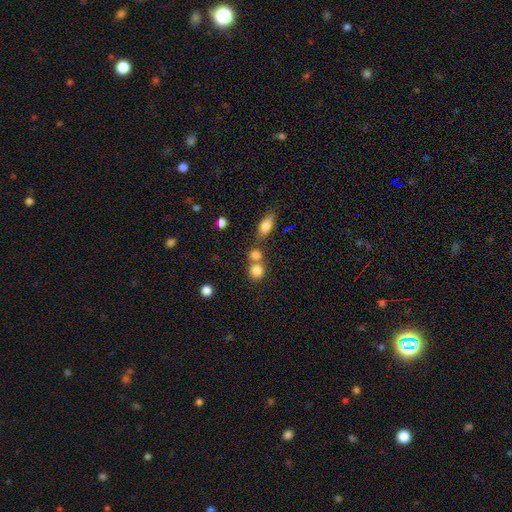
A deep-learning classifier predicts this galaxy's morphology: Smooth or featured? Predicted: smooth (p=0.79). How rounded? Predicted: round (p=0.76). Merging? Predicted: none (p=0.52).